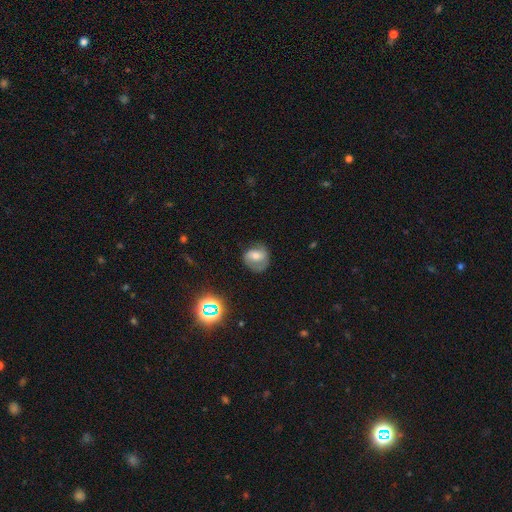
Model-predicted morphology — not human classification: Smooth or featured?
  - featured or disk: 49% *
  - smooth: 38%
  - star or artifact: 12%
Merging?
  - none: 66% *
  - minor disturbance: 22%
  - major disturbance: 11%
  - merger: 2%